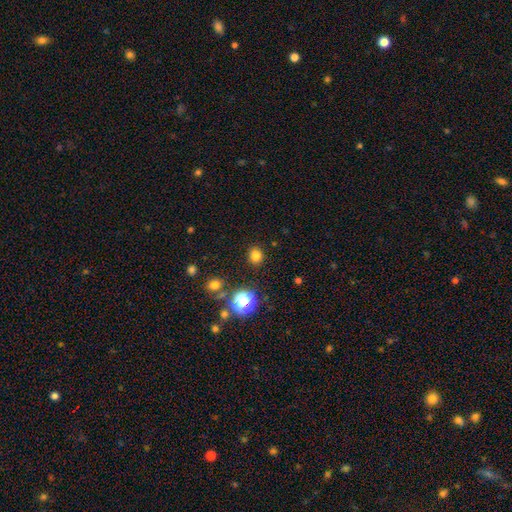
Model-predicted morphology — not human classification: smooth-or-featured: smooth: 78% | star or artifact: 17% | featured or disk: 5%
  how-rounded: round: 74% | in between: 25% | cigar-shaped: 1%
  merging: none: 88% | minor disturbance: 7% | major disturbance: 3% | merger: 2%